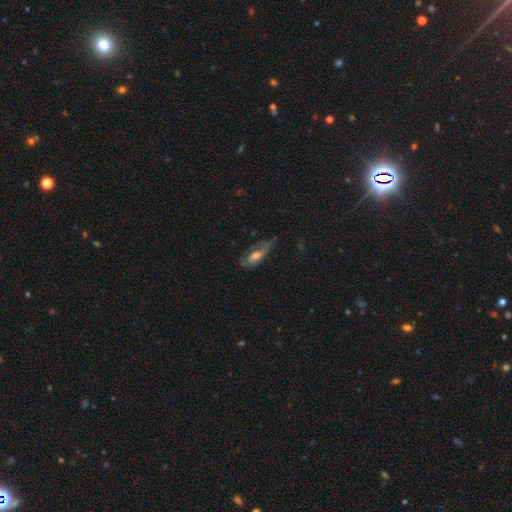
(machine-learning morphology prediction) This is possibly a featured or disk galaxy (50%). It is likely not viewed edge-on (74%). Merging: marginally none (39%).